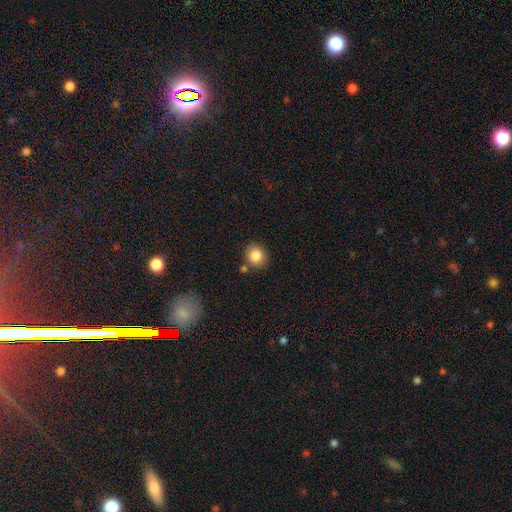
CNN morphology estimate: Smooth or featured?
  - smooth: 85% *
  - star or artifact: 9%
  - featured or disk: 6%
How rounded?
  - round: 77% *
  - in between: 22%
  - cigar-shaped: 1%
Merging?
  - none: 79% *
  - minor disturbance: 10%
  - merger: 8%
  - major disturbance: 3%